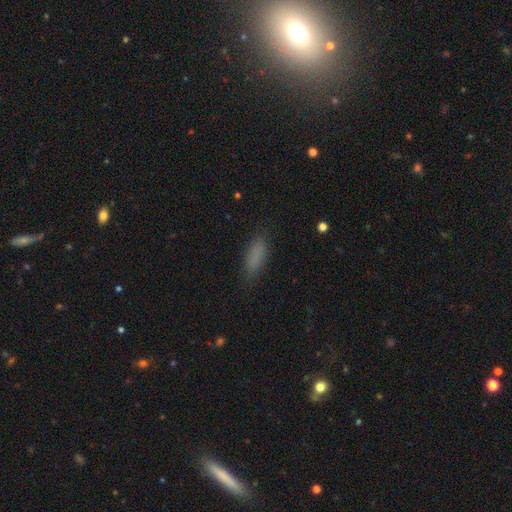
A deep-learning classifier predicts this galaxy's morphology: Overall: smooth (83%). How rounded: in between (62%; cigar-shaped 36%). Merging: none (80%).